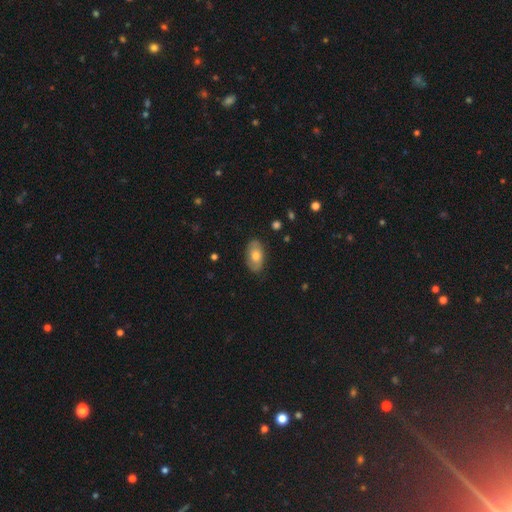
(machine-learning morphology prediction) Overall: smooth (65%; featured or disk 29%). How rounded: in between (92%). Merging: none (81%).